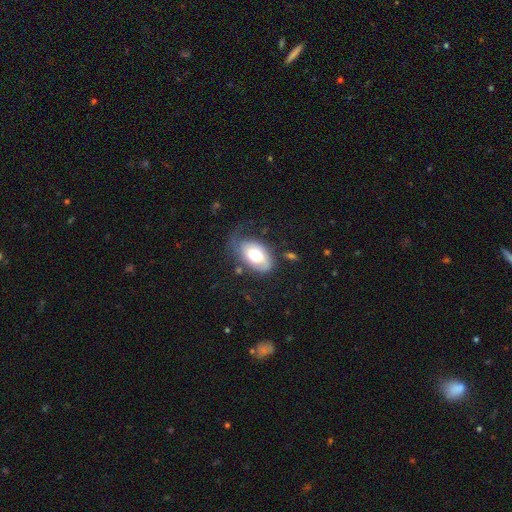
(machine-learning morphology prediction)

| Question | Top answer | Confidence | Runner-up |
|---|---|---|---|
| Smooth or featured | smooth | 54% | featured or disk (40%) |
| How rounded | in between | 91% | round (7%) |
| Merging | none | 45% | minor disturbance (30%) |